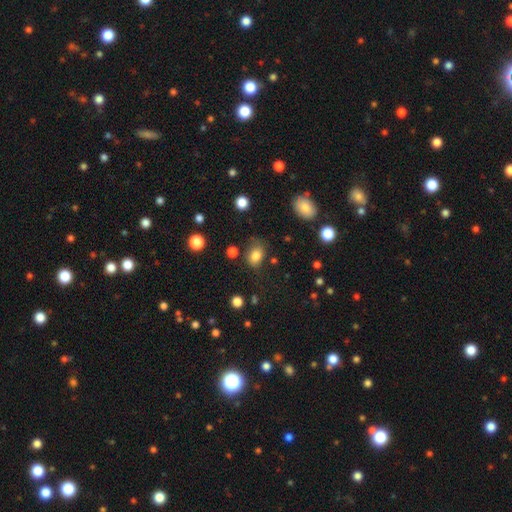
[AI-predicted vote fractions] This is clearly a smooth galaxy (81%). How rounded: likely in between (67%). Merging: likely none (67%).